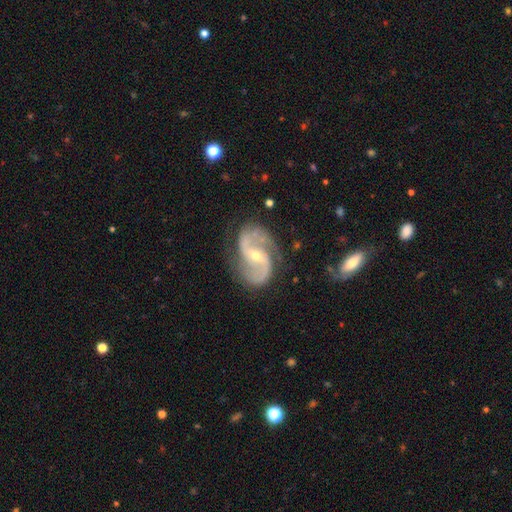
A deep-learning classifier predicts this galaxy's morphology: Smooth or featured?
  - featured or disk: 91% *
  - star or artifact: 5%
  - smooth: 4%
Edge-on disk?
  - no: 98% *
  - yes: 2%
Bar?
  - no: 39% *
  - weak: 38%
  - strong: 22%
Spiral arms?
  - yes: 98% *
  - no: 2%
Spiral winding?
  - medium: 50% *
  - loose: 36%
  - tight: 14%
Spiral arm count?
  - 2: 92% *
  - can't tell: 2%
  - 3: 2%
  - 1: 1%
  - 4: 1%
  - more than 4: 1%
Bulge size?
  - small: 62% *
  - moderate: 35%
  - large: 1%
  - none: 1%
  - dominant: 1%
Merging?
  - none: 76% *
  - minor disturbance: 16%
  - major disturbance: 6%
  - merger: 2%